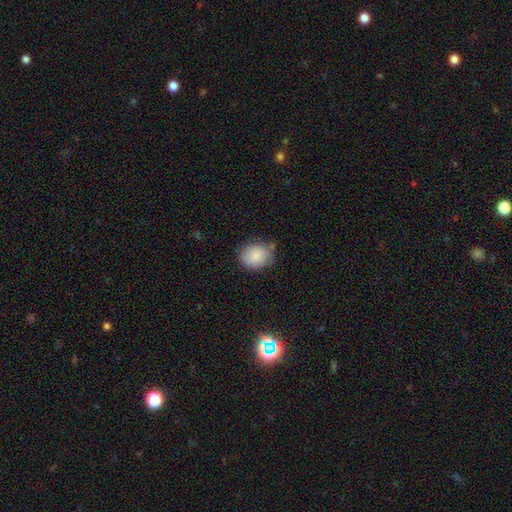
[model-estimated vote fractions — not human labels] A smooth galaxy with no disk features (85%) that is round (57%). Merging: none (70%).